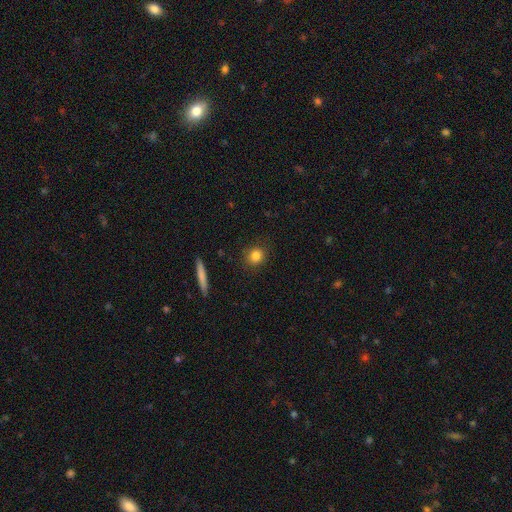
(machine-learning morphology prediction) type=smooth (84%); roundness=round (85%); merging=none (89%).